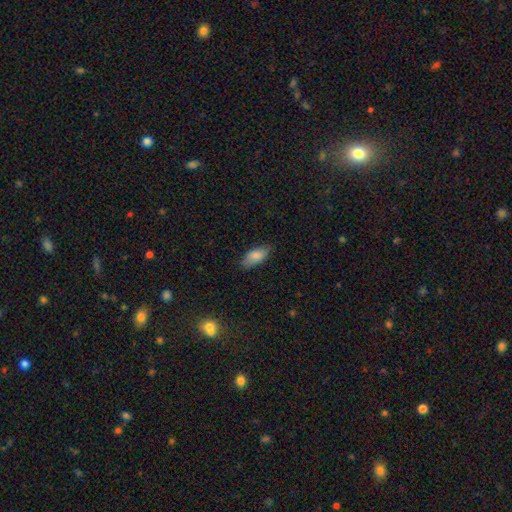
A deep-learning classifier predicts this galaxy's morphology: Smooth or featured: smooth — 82% (featured or disk — 11%)
How rounded: in between — 85% (cigar-shaped — 13%)
Merging: none — 80% (minor disturbance — 16%)